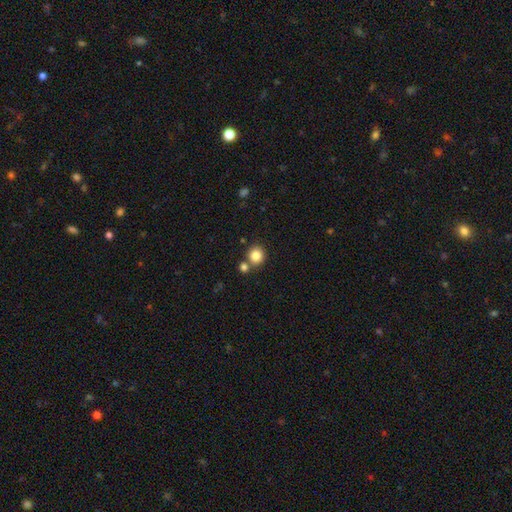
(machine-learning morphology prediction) type=smooth (84%); roundness=round (87%); merging=none (70%).